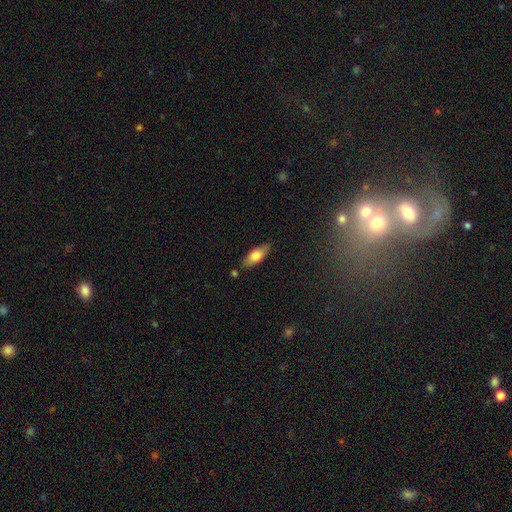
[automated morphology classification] smooth-or-featured: smooth: 66% | featured or disk: 28% | star or artifact: 6%
  how-rounded: in between: 73% | cigar-shaped: 24% | round: 3%
  merging: none: 82% | minor disturbance: 13% | merger: 3% | major disturbance: 3%